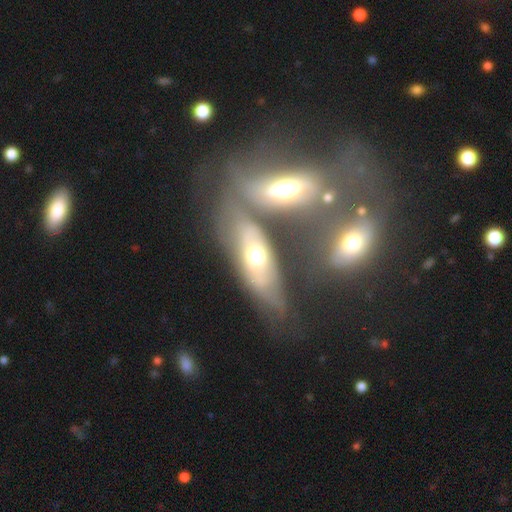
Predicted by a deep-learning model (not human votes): A featured or disk galaxy (54%). Merging: none (39%).